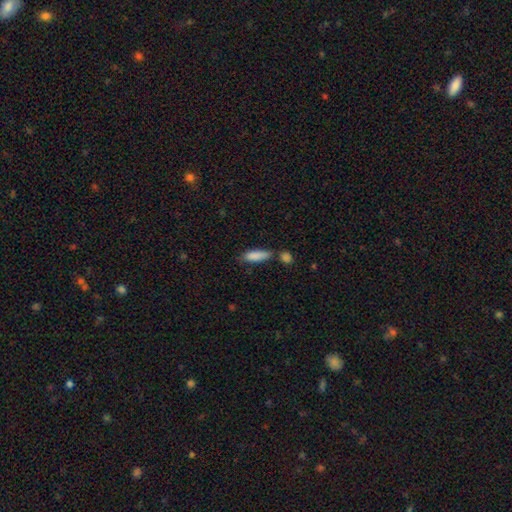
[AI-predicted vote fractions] smooth_or_featured: smooth (p=0.86) [alt: featured or disk p=0.07]
how_rounded: in between (p=0.53) [alt: cigar-shaped p=0.45]
merging: none (p=0.56) [alt: minor disturbance p=0.20]